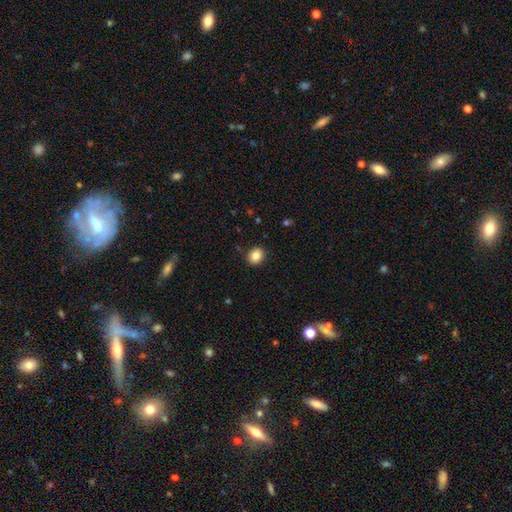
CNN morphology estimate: Q: Smooth or featured?
A: smooth (86%); runner-up: star or artifact (10%)
Q: How rounded?
A: round (63%); runner-up: in between (37%)
Q: Merging?
A: none (90%); runner-up: minor disturbance (7%)